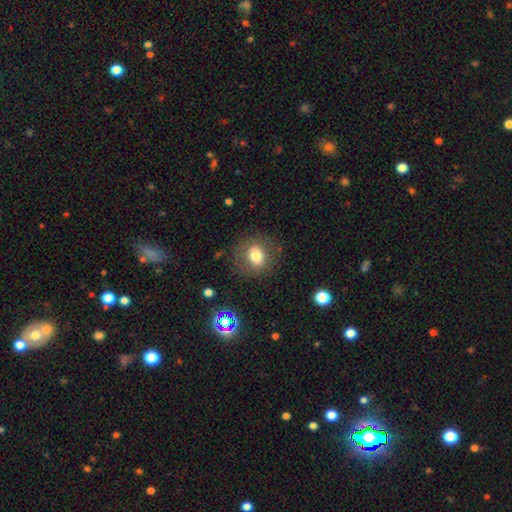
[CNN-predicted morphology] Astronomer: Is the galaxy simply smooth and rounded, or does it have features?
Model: smooth — 75%.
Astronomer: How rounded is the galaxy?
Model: round — 65%.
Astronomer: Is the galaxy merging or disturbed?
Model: none — 82%.